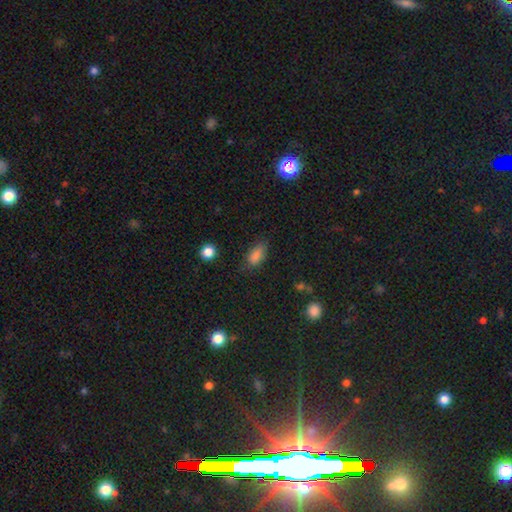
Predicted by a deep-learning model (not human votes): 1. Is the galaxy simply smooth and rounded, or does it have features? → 82% smooth, 12% star or artifact, 7% featured or disk.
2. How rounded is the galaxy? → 86% in between, 8% cigar-shaped, 6% round.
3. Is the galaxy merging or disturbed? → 71% none, 21% minor disturbance, 5% major disturbance, 2% merger.